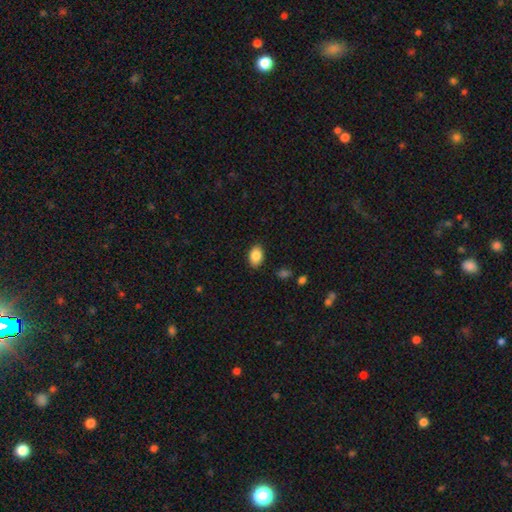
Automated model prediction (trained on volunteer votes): Q: Smooth or featured?
A: smooth (86%); runner-up: star or artifact (8%)
Q: How rounded?
A: in between (85%); runner-up: round (14%)
Q: Merging?
A: none (87%); runner-up: minor disturbance (9%)